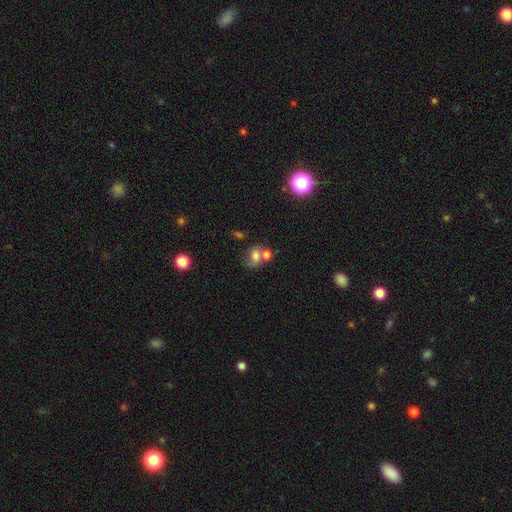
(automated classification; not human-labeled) A smooth galaxy with no disk features (56%) that is in between round and cigar-shaped (55%). Merging: merger (48%).